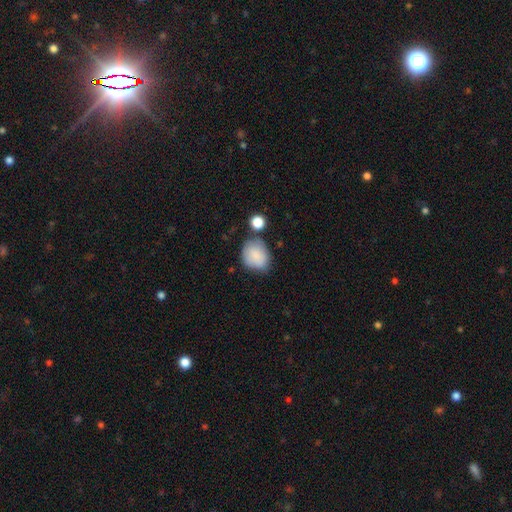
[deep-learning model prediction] This appears to be a smooth galaxy with no disk features (84%) that is round (56%). Merging: none (57%).